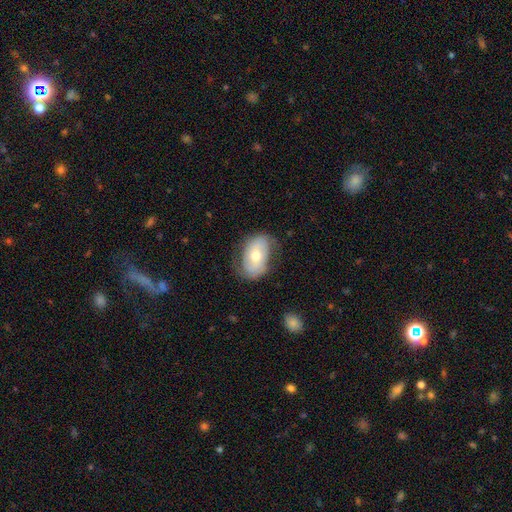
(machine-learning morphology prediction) Smooth or featured? Predicted: smooth (p=0.51). How rounded? Predicted: in between (p=0.89). Merging? Predicted: none (p=0.66).